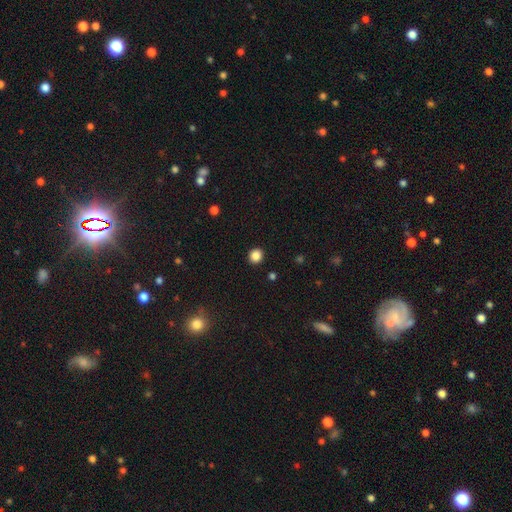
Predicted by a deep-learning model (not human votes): Smooth or featured? smooth (86%)
How rounded? round (87%)
Merging? none (92%)